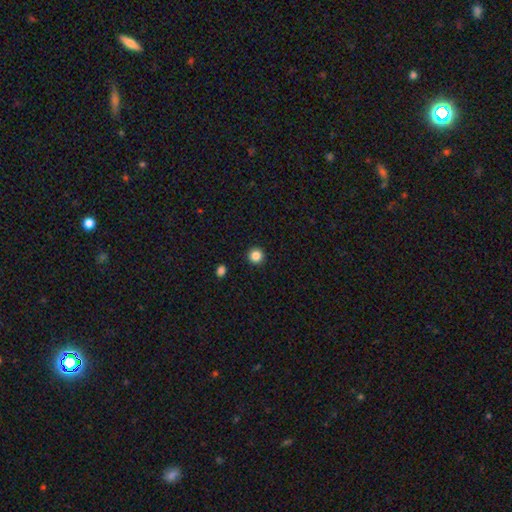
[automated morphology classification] This is clearly a smooth galaxy (85%). How rounded: clearly round (95%). Merging: clearly none (93%).